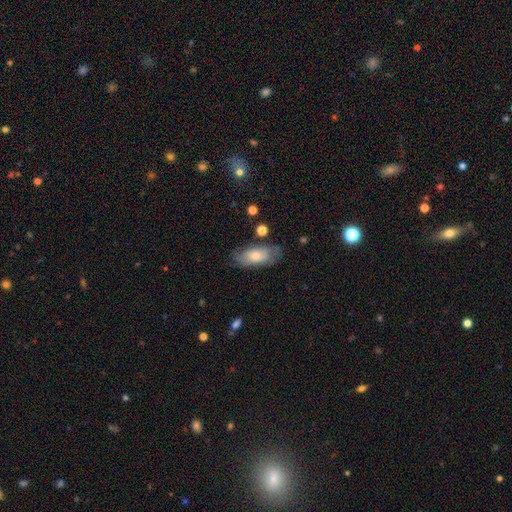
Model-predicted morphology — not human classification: This is likely a smooth galaxy (64%). How rounded: clearly in between (87%). Merging: likely none (68%).